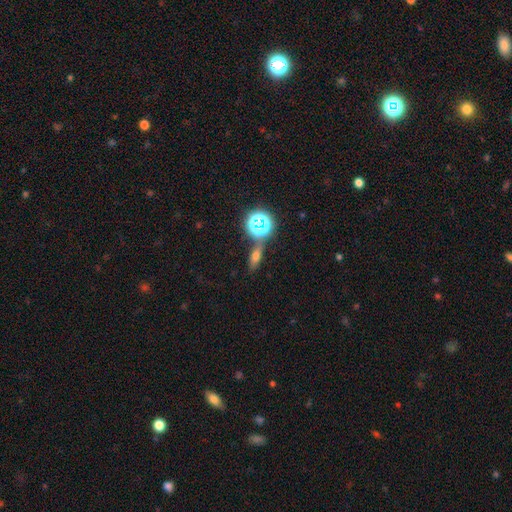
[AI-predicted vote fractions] Smooth or featured?
  - smooth: 53% *
  - star or artifact: 31%
  - featured or disk: 16%
How rounded?
  - in between: 52% *
  - cigar-shaped: 32%
  - round: 17%
Merging?
  - none: 70% *
  - minor disturbance: 13%
  - merger: 12%
  - major disturbance: 5%